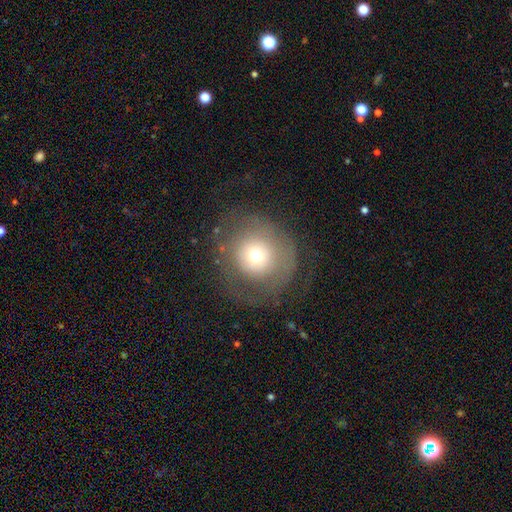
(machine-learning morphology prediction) smooth 54%, featured or disk 34%, star or artifact 12%. Down the decision tree: how rounded — round (88%); merging — none (63%).